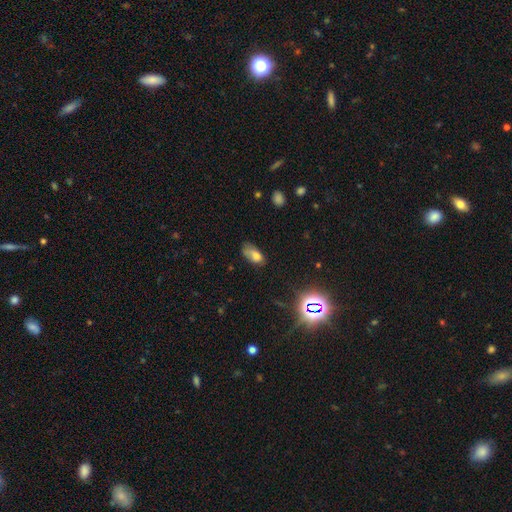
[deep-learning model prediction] Smooth or featured?
  - smooth: 72% *
  - star or artifact: 14%
  - featured or disk: 14%
How rounded?
  - in between: 88% *
  - round: 6%
  - cigar-shaped: 6%
Merging?
  - none: 41% *
  - minor disturbance: 35%
  - major disturbance: 18%
  - merger: 6%